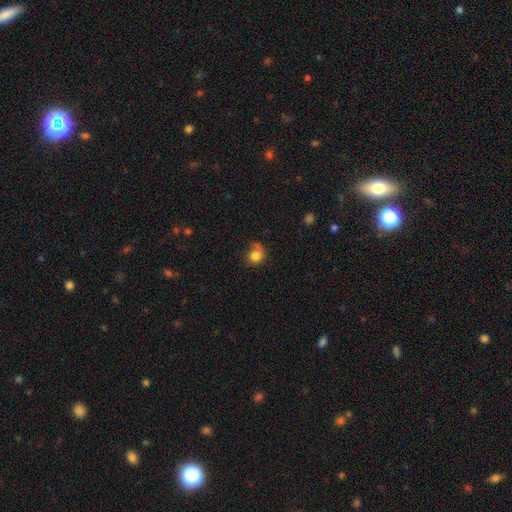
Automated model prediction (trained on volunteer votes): A smooth galaxy with no disk features (80%) that is round (77%).

Vote fractions:
- Smooth or featured? smooth: 80% / featured or disk: 10% / star or artifact: 10%
- How rounded? round: 77% / in between: 22% / cigar-shaped: 1%
- Merging? none: 51% / minor disturbance: 24% / major disturbance: 15% / merger: 10%